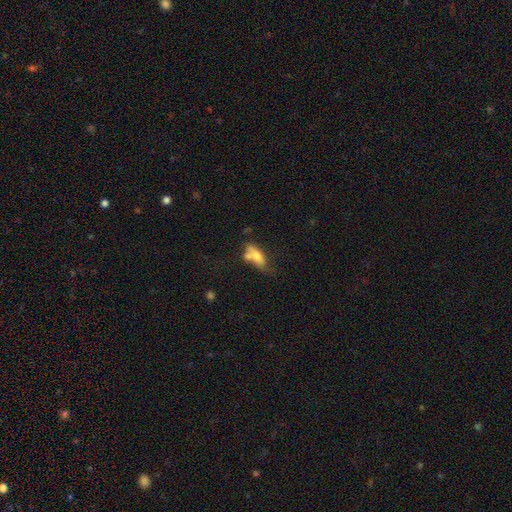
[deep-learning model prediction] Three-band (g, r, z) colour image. It shows a smooth galaxy with no disk features (64%) that is in between round and cigar-shaped (72%). Merging: merger (33%).